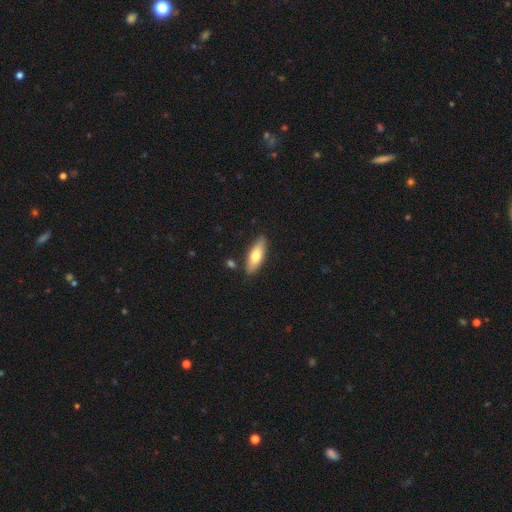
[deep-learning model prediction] smooth-or-featured: smooth: 70% | featured or disk: 25% | star or artifact: 6%
  how-rounded: in between: 62% | cigar-shaped: 35% | round: 2%
  merging: none: 84% | minor disturbance: 11% | merger: 3% | major disturbance: 2%